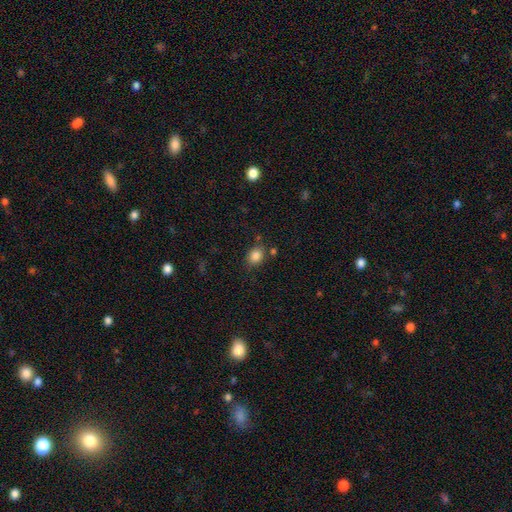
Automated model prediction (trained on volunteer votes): Smooth or featured?
  - smooth: 84% *
  - star or artifact: 11%
  - featured or disk: 5%
How rounded?
  - round: 55% *
  - in between: 44%
  - cigar-shaped: 1%
Merging?
  - none: 76% *
  - minor disturbance: 13%
  - merger: 6%
  - major disturbance: 4%